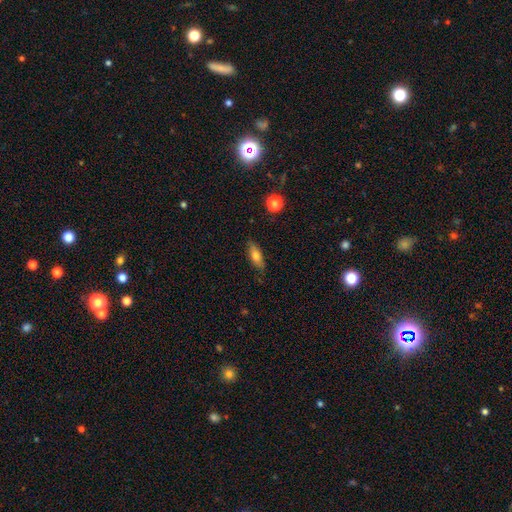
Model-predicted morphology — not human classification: type=smooth (70%); roundness=in between (60%); merging=none (82%).